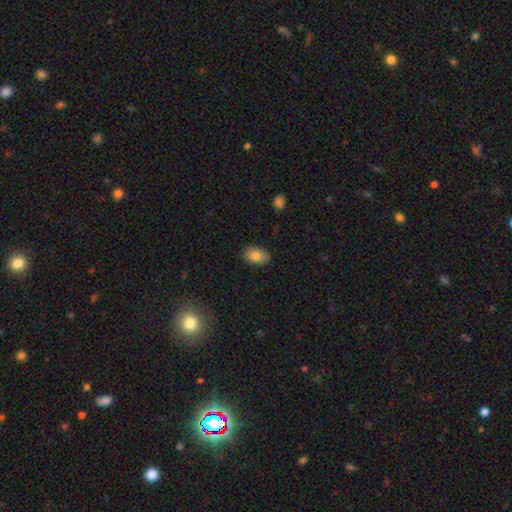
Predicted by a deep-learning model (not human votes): smooth-or-featured: smooth: 83% | featured or disk: 9% | star or artifact: 8%
  how-rounded: in between: 87% | round: 12% | cigar-shaped: 1%
  merging: none: 87% | minor disturbance: 10% | major disturbance: 2% | merger: 1%